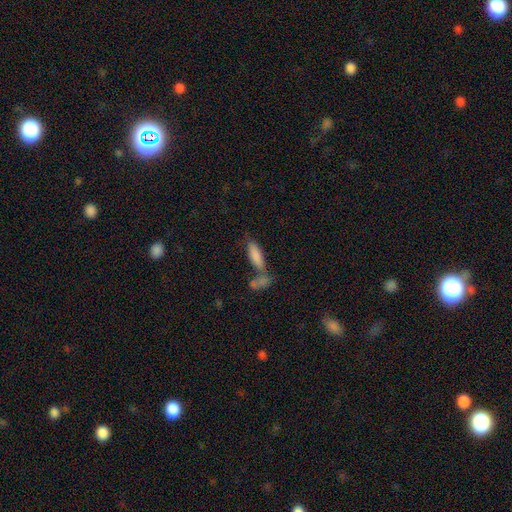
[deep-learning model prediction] A smooth galaxy with no disk features (83%) that is in between round and cigar-shaped (57%).

Vote fractions:
- Smooth or featured? smooth: 83% / featured or disk: 10% / star or artifact: 7%
- How rounded? in between: 57% / cigar-shaped: 41% / round: 2%
- Merging? none: 45% / merger: 37% / minor disturbance: 13% / major disturbance: 6%